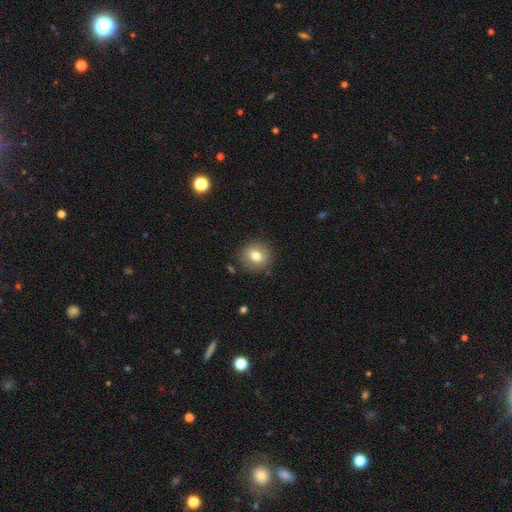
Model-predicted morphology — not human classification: This is likely a smooth galaxy (76%). How rounded: clearly round (83%). Merging: clearly none (87%).